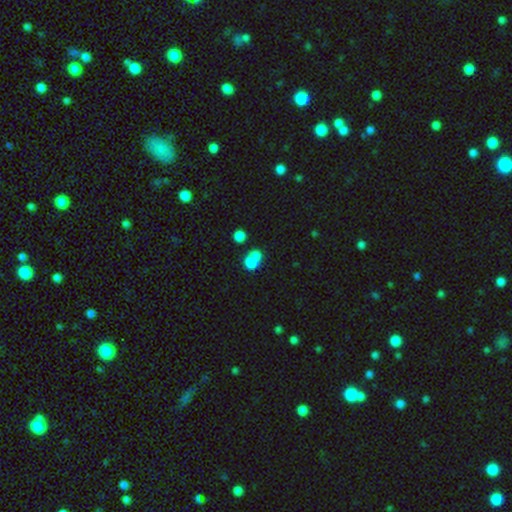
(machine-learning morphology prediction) The model was most divided on "merging": merger: 48%, none: 38%, minor disturbance: 8%, major disturbance: 5%. More confident: smooth or featured — smooth (75%); how rounded — round (72%).